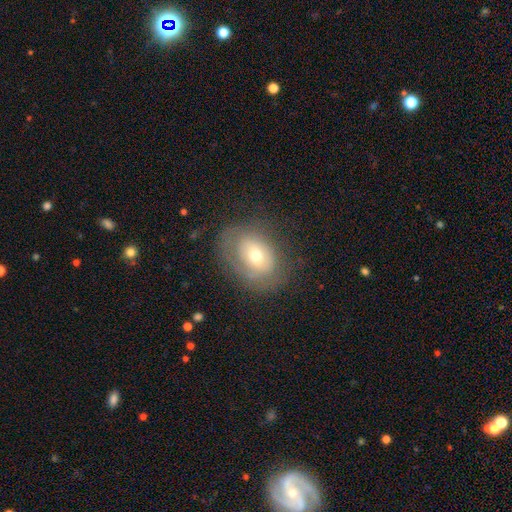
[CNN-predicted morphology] smooth-or-featured: smooth: 50% | featured or disk: 40% | star or artifact: 10%
  how-rounded: in between: 67% | round: 32% | cigar-shaped: 1%
  merging: none: 69% | minor disturbance: 19% | major disturbance: 11% | merger: 1%